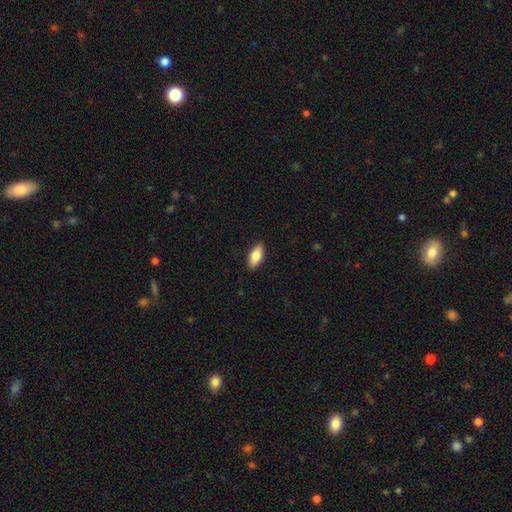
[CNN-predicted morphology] A smooth galaxy with no disk features (78%) that is in between round and cigar-shaped (85%).

Vote fractions:
- Smooth or featured? smooth: 78% / featured or disk: 16% / star or artifact: 6%
- How rounded? in between: 85% / cigar-shaped: 12% / round: 3%
- Merging? none: 90% / minor disturbance: 8% / major disturbance: 2% / merger: 1%